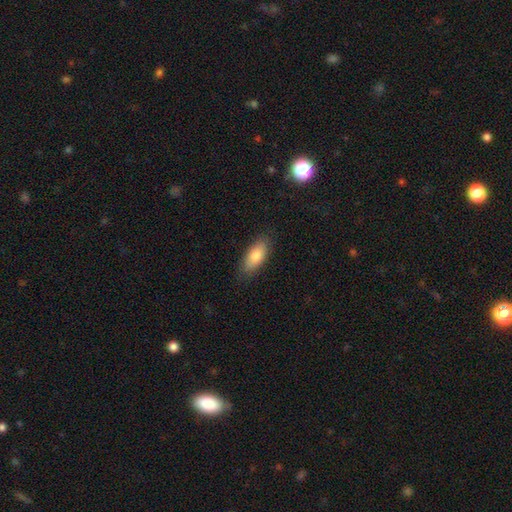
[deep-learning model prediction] Smooth or featured: smooth — 82% (featured or disk — 11%)
How rounded: in between — 82% (cigar-shaped — 15%)
Merging: none — 84% (minor disturbance — 12%)